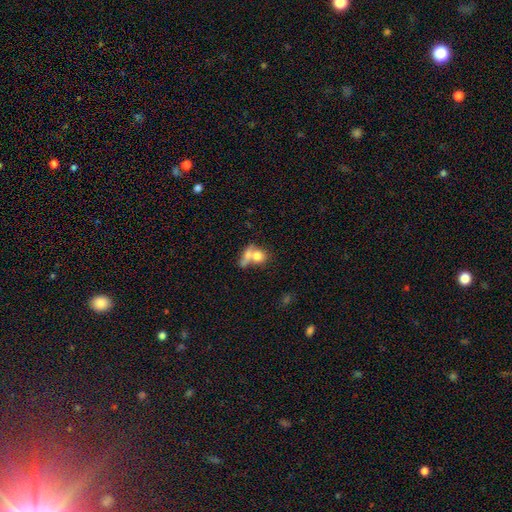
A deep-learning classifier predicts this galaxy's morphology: The model was most divided on "how rounded": round: 51%, in between: 43%, cigar-shaped: 6%. More confident: smooth or featured — smooth (74%); merging — merger (57%).